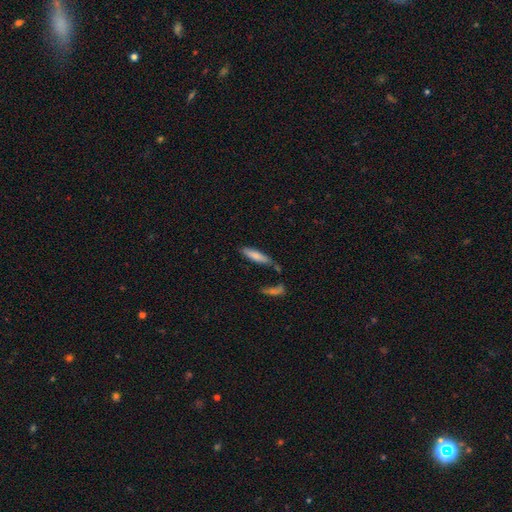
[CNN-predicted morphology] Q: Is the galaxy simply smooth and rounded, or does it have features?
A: smooth — 77%.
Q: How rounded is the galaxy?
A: cigar-shaped — 71%.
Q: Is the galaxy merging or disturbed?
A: none — 63%.